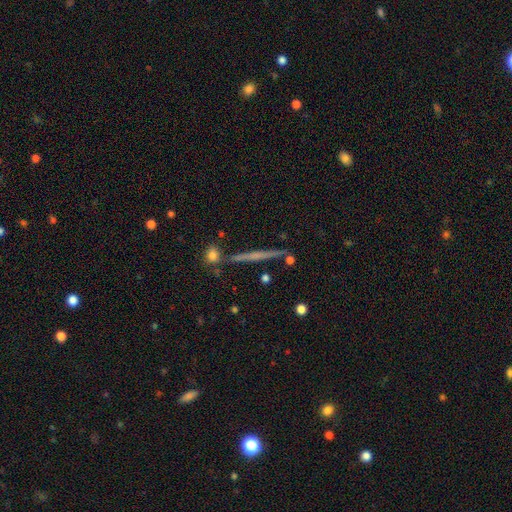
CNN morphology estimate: This appears to be a featured or disk galaxy (64%) viewed edge-on (97%) with no central bulge (64%). Merging: none (87%).